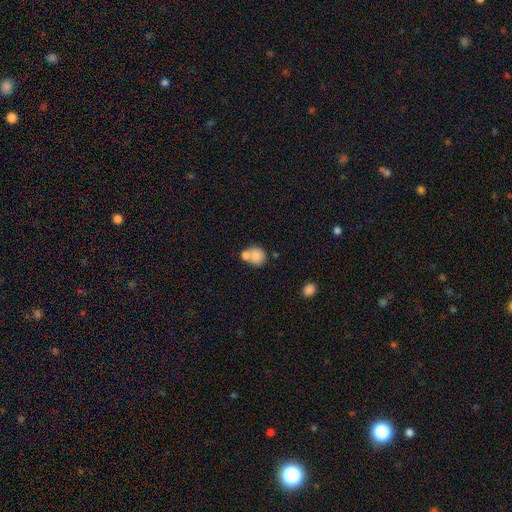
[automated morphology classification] smooth_or_featured: smooth (p=0.80) [alt: featured or disk p=0.11]
how_rounded: round (p=0.74) [alt: in between p=0.25]
merging: merger (p=0.44) [alt: none p=0.40]